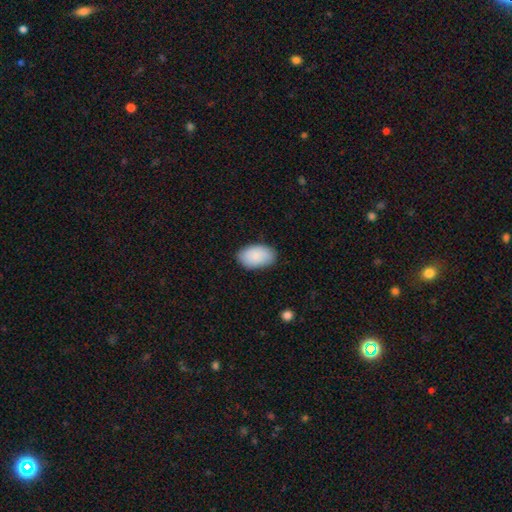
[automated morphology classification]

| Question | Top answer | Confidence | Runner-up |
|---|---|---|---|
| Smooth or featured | smooth | 89% | featured or disk (6%) |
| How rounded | in between | 94% | round (5%) |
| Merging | none | 84% | minor disturbance (12%) |